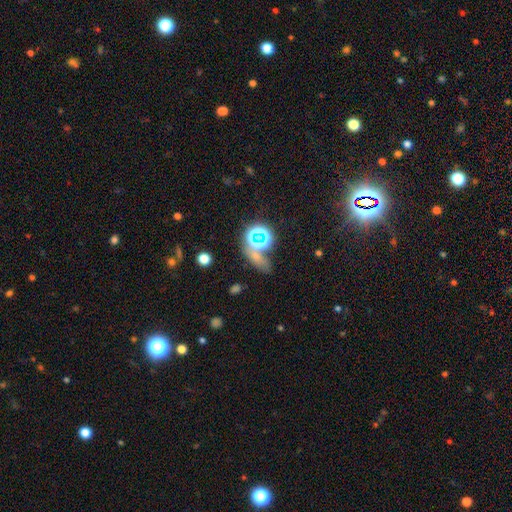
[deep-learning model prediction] smooth_or_featured: smooth (p=0.44) [alt: star or artifact p=0.43]
merging: none (p=0.52) [alt: merger p=0.18]